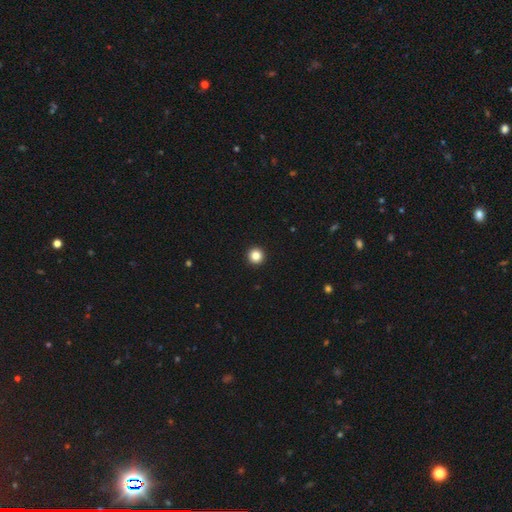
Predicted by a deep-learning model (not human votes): smooth-or-featured: smooth: 85% | star or artifact: 11% | featured or disk: 4%
  how-rounded: round: 96% | in between: 3% | cigar-shaped: 1%
  merging: none: 95% | minor disturbance: 3% | major disturbance: 1% | merger: 1%